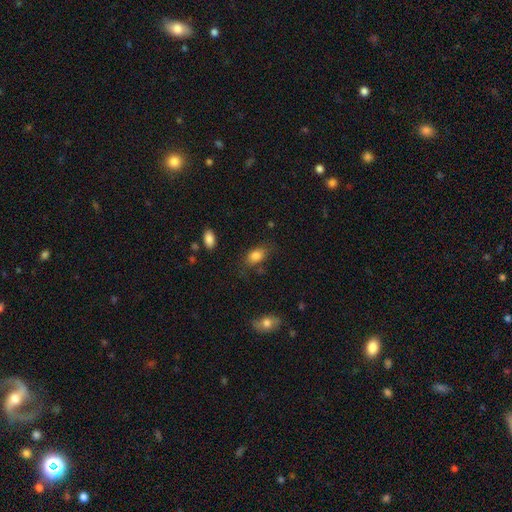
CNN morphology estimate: Q: Smooth or featured?
A: smooth (84%); runner-up: star or artifact (9%)
Q: How rounded?
A: in between (86%); runner-up: round (11%)
Q: Merging?
A: none (66%); runner-up: minor disturbance (22%)